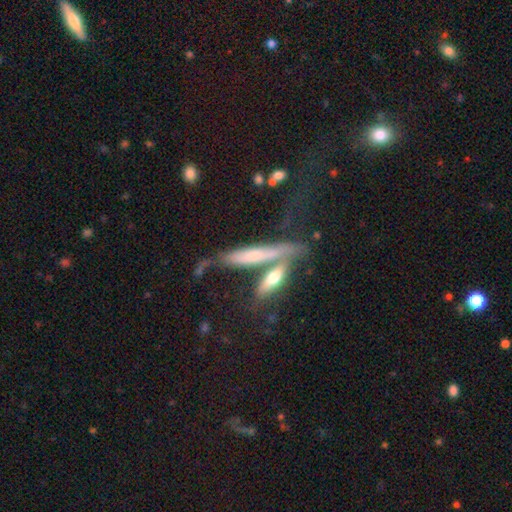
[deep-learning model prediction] This is possibly a featured or disk galaxy (48%). Merging: marginally none (42%).